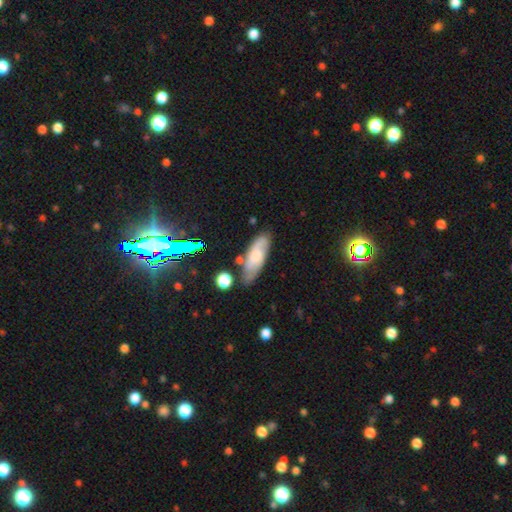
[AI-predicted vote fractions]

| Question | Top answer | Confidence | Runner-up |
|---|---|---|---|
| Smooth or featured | smooth | 51% | featured or disk (41%) |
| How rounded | in between | 68% | cigar-shaped (30%) |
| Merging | none | 67% | minor disturbance (21%) |